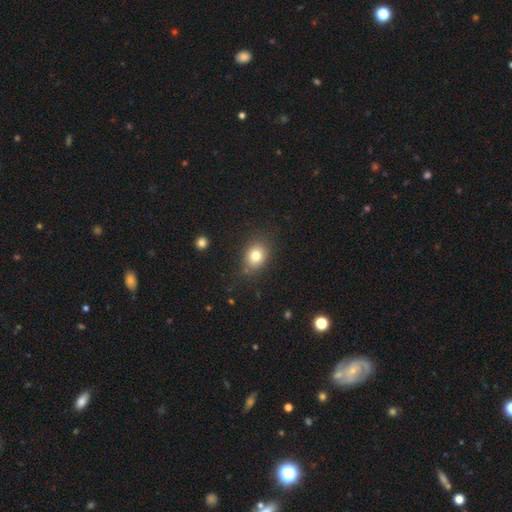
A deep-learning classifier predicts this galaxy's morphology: Q: Smooth or featured?
A: smooth (80%); runner-up: star or artifact (11%)
Q: How rounded?
A: round (50%); runner-up: in between (49%)
Q: Merging?
A: none (80%); runner-up: minor disturbance (14%)